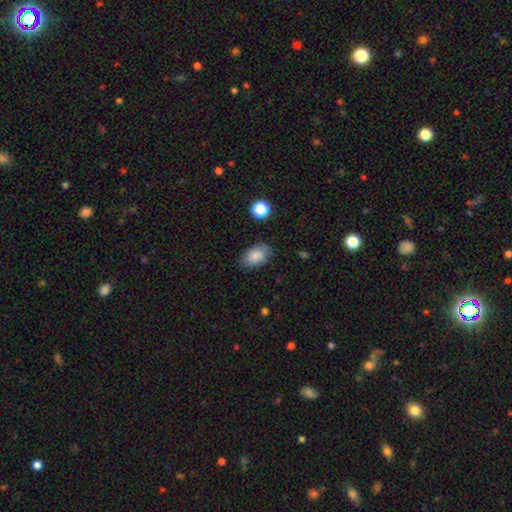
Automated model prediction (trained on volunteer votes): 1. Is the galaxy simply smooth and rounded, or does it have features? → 87% smooth, 8% star or artifact, 5% featured or disk.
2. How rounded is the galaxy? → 88% in between, 11% round, 1% cigar-shaped.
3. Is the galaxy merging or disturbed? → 80% none, 15% minor disturbance, 4% major disturbance, 2% merger.